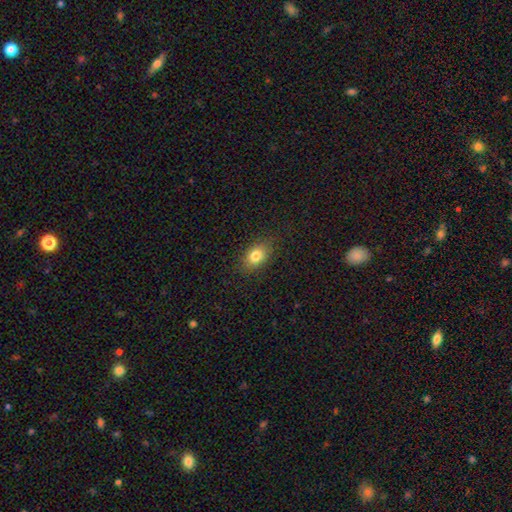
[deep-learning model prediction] This is clearly a smooth galaxy (81%). How rounded: likely in between (78%). Merging: clearly none (86%).